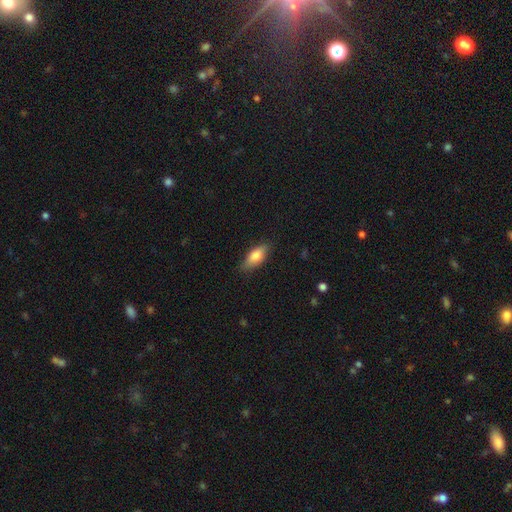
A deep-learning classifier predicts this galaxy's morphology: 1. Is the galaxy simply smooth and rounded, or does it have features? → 79% smooth, 15% featured or disk, 6% star or artifact.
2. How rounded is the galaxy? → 79% in between, 18% cigar-shaped, 3% round.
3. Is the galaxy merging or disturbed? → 80% none, 16% minor disturbance, 3% major disturbance, 1% merger.